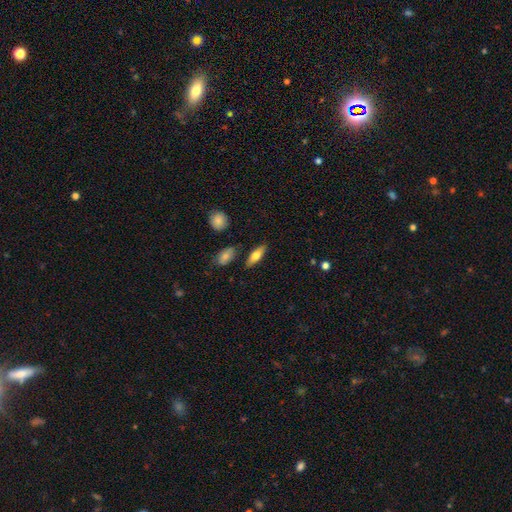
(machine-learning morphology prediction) This appears to be a smooth galaxy with no disk features (68%) that is in between round and cigar-shaped (61%). Merging: none (84%).